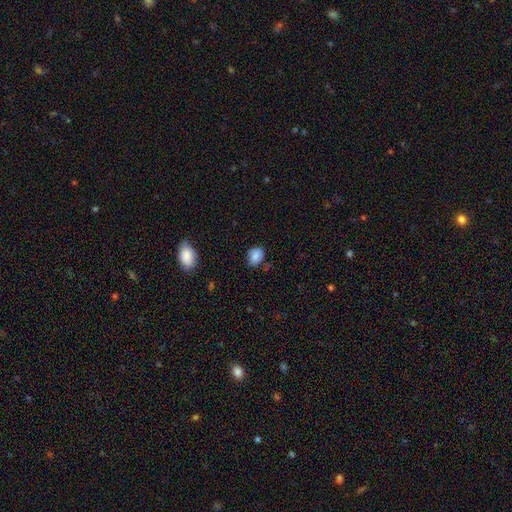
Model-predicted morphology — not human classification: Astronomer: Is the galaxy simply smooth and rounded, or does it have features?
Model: smooth — 84%.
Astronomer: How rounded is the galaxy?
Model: round — 50% (runner-up: in between, 49%).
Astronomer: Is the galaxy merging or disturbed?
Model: none — 69%.